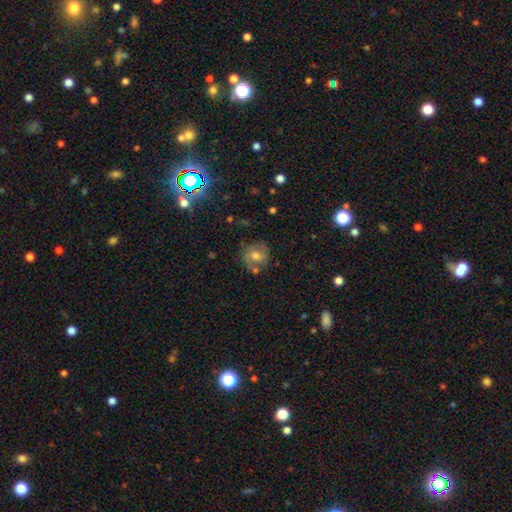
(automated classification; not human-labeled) This appears to be a featured or disk galaxy (47%). Merging: none (68%).